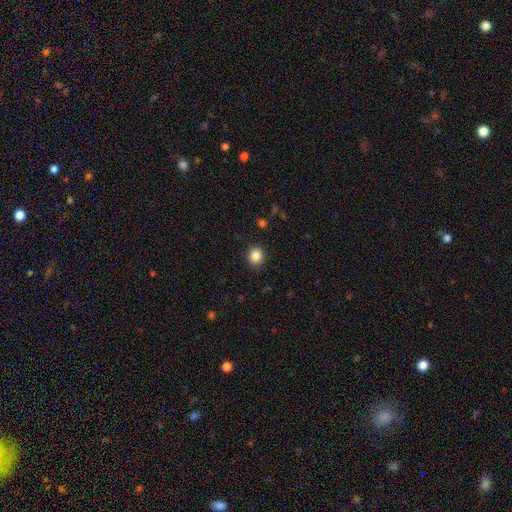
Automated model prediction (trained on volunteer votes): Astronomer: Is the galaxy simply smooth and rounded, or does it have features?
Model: smooth — 86%.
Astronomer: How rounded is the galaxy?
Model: round — 84%.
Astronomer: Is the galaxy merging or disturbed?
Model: none — 91%.